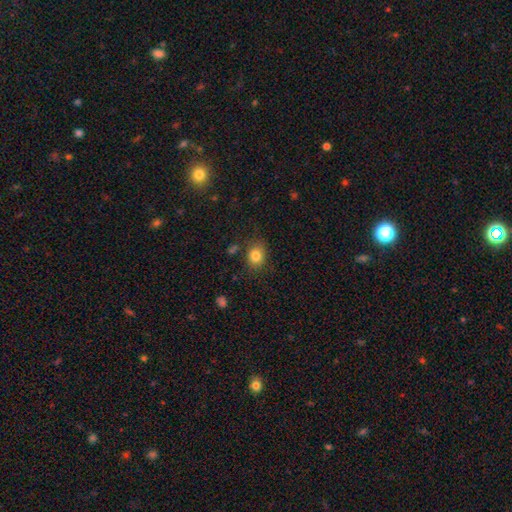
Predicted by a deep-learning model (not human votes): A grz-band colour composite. It shows a smooth galaxy with no disk features (82%) that is round (58%). Merging: none (79%).